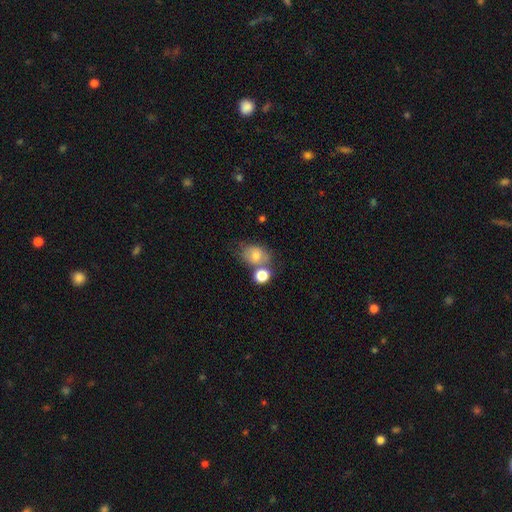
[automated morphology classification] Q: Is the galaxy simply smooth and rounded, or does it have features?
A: smooth — 72%.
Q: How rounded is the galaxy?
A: in between — 57%.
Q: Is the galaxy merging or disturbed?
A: none — 43%.